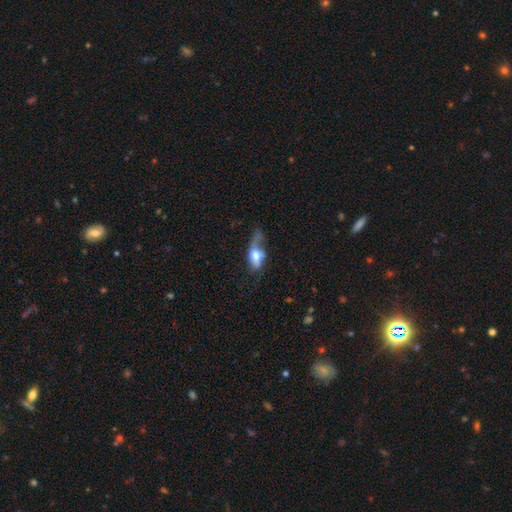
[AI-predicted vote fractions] Smooth or featured? Predicted: smooth (p=0.59). How rounded? Predicted: in between (p=0.77). Merging? Predicted: major disturbance (p=0.44).